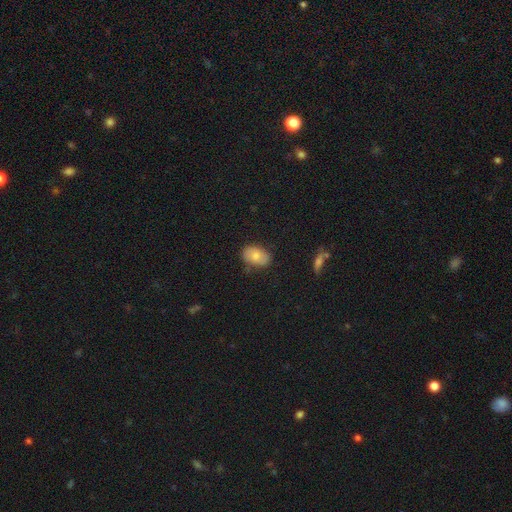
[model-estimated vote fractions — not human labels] Q: Smooth or featured?
A: smooth (73%); runner-up: featured or disk (19%)
Q: How rounded?
A: in between (87%); runner-up: round (12%)
Q: Merging?
A: none (75%); runner-up: minor disturbance (19%)